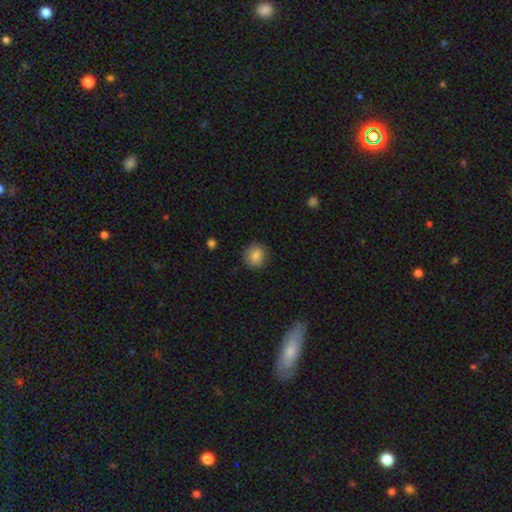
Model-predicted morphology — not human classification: smooth-or-featured: smooth: 83% | featured or disk: 9% | star or artifact: 9%
  how-rounded: round: 81% | in between: 19% | cigar-shaped: 1%
  merging: none: 87% | minor disturbance: 10% | major disturbance: 2% | merger: 1%